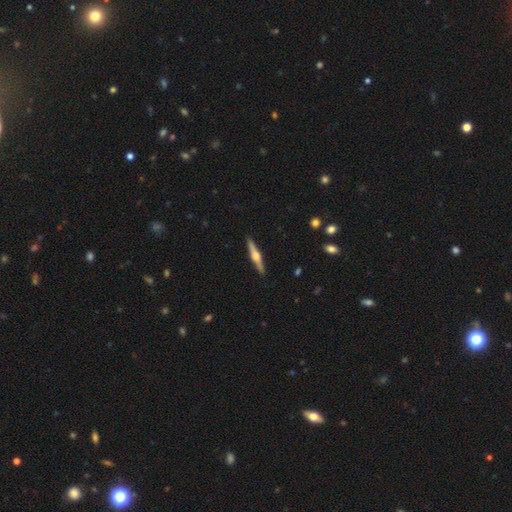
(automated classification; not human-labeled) Q: Smooth or featured?
A: featured or disk (71%); runner-up: smooth (24%)
Q: Edge-on disk?
A: yes (98%); runner-up: no (2%)
Q: Edge-on bulge?
A: rounded (94%); runner-up: boxy (3%)
Q: Merging?
A: none (92%); runner-up: minor disturbance (6%)